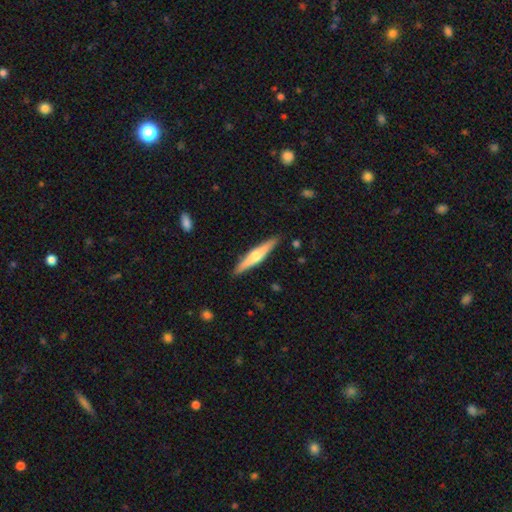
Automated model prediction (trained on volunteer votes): This is possibly a featured or disk galaxy (57%). It is clearly viewed edge-on (96%). Edge-on bulge: clearly rounded (89%). Merging: clearly none (89%).